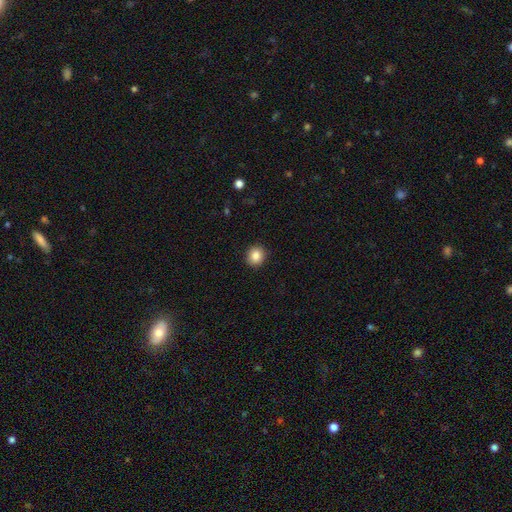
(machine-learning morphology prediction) A smooth galaxy with no disk features (85%) that is round (87%). Merging: none (91%).